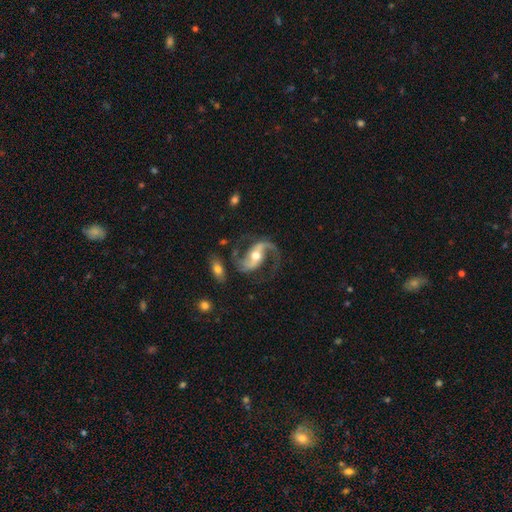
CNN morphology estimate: A featured or disk galaxy (91%) with a strong bar (38%), 2 (90%) loose (51%) spiral arms (97%) and a moderate central bulge (70%).

Vote fractions:
- Smooth or featured? featured or disk: 91% / smooth: 5% / star or artifact: 4%
- Edge-on disk? no: 97% / yes: 3%
- Bar? strong: 38% / weak: 36% / no: 26%
- Spiral arms? yes: 97% / no: 3%
- Spiral winding? loose: 51% / medium: 42% / tight: 7%
- Spiral arm count? 2: 90% / 1: 5% / can't tell: 2% / 3: 1% / 4: 1% / more than 4: 1%
- Bulge size? moderate: 70% / small: 18% / large: 9% / none: 1% / dominant: 1%
- Merging? none: 68% / minor disturbance: 16% / major disturbance: 13% / merger: 4%